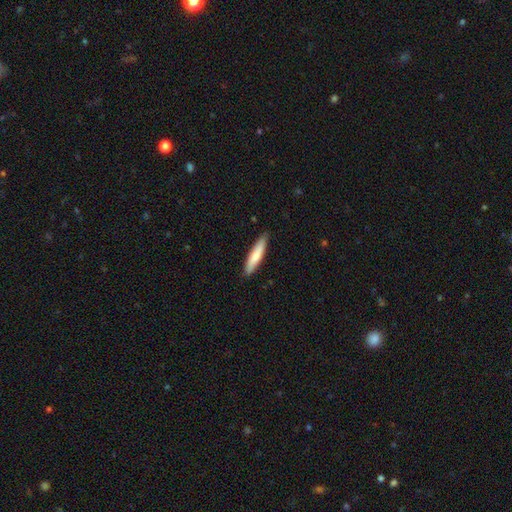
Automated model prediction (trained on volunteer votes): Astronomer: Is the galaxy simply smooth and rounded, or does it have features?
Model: smooth — 78%.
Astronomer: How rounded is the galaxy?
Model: cigar-shaped — 85%.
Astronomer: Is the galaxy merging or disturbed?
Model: none — 87%.